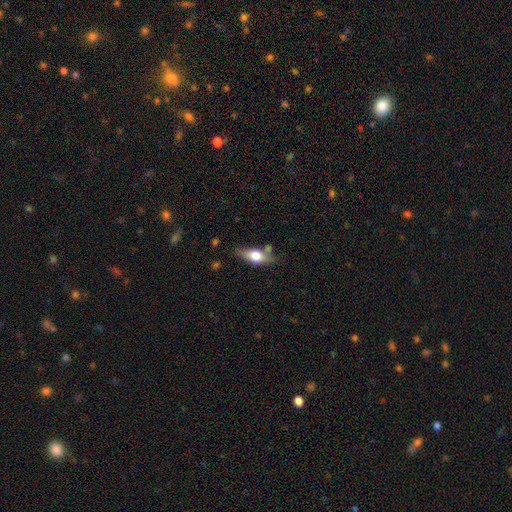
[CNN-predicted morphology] A smooth galaxy with no disk features (53%) that is in between round and cigar-shaped (68%).

Vote fractions:
- Smooth or featured? smooth: 53% / featured or disk: 40% / star or artifact: 7%
- How rounded? in between: 68% / cigar-shaped: 26% / round: 6%
- Merging? none: 65% / minor disturbance: 20% / merger: 9% / major disturbance: 6%